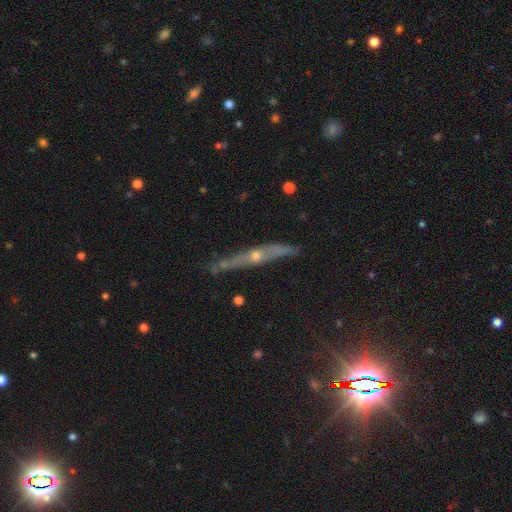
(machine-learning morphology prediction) Smooth or featured?
  - featured or disk: 71% *
  - smooth: 16%
  - star or artifact: 13%
Edge-on disk?
  - yes: 90% *
  - no: 10%
Edge-on bulge?
  - rounded: 84% *
  - none: 13%
  - boxy: 4%
Merging?
  - none: 78% *
  - minor disturbance: 16%
  - major disturbance: 4%
  - merger: 2%